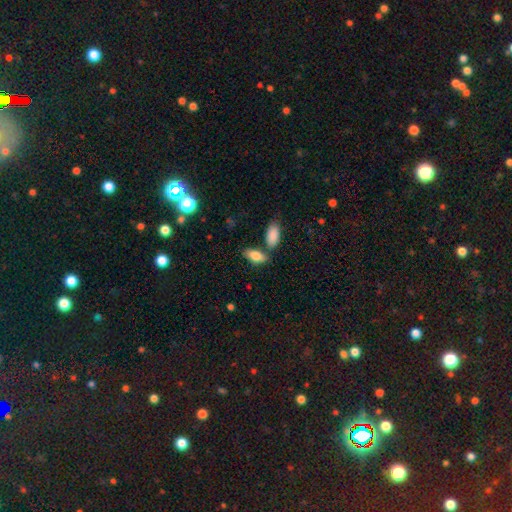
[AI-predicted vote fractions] Smooth or featured?
  - smooth: 84% *
  - featured or disk: 10%
  - star or artifact: 6%
How rounded?
  - in between: 88% *
  - cigar-shaped: 9%
  - round: 3%
Merging?
  - none: 59% *
  - merger: 24%
  - minor disturbance: 13%
  - major disturbance: 4%